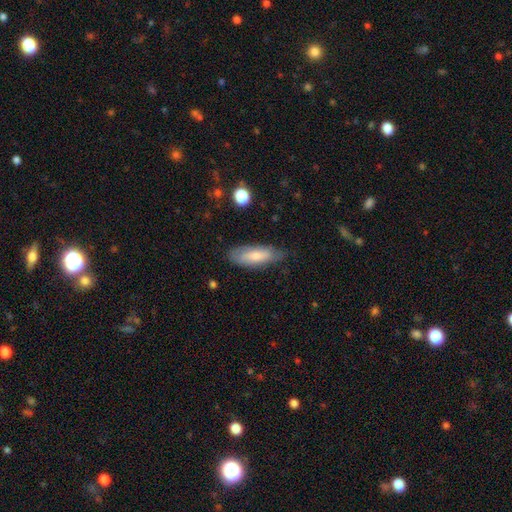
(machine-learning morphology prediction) Q: Smooth or featured?
A: smooth (70%); runner-up: featured or disk (24%)
Q: How rounded?
A: in between (65%); runner-up: cigar-shaped (33%)
Q: Merging?
A: none (71%); runner-up: minor disturbance (23%)